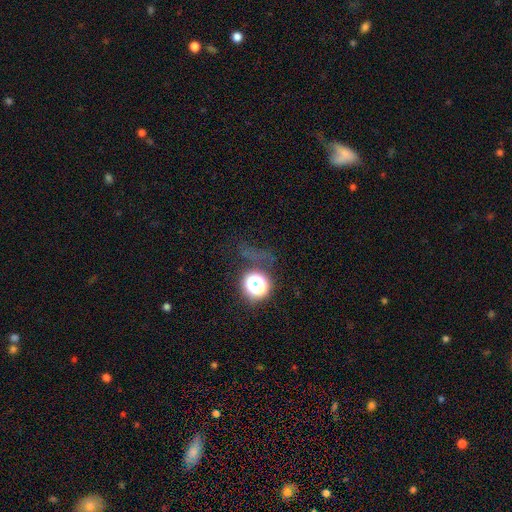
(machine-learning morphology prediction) Q: Smooth or featured?
A: star or artifact (62%); runner-up: smooth (26%)